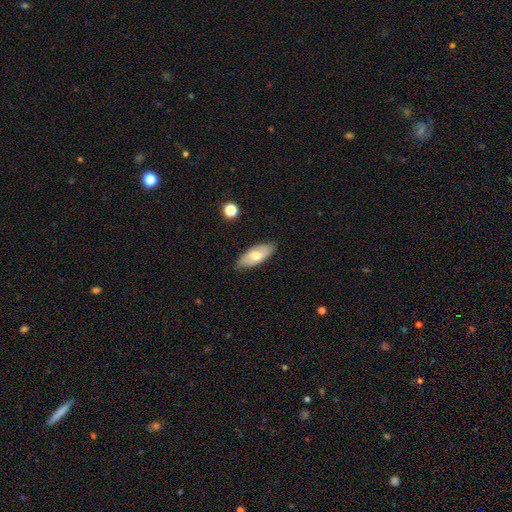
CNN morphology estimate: A smooth galaxy with no disk features (67%) that is in between round and cigar-shaped (86%).

Vote fractions:
- Smooth or featured? smooth: 67% / featured or disk: 27% / star or artifact: 6%
- How rounded? in between: 86% / cigar-shaped: 11% / round: 2%
- Merging? none: 83% / minor disturbance: 13% / major disturbance: 2% / merger: 1%